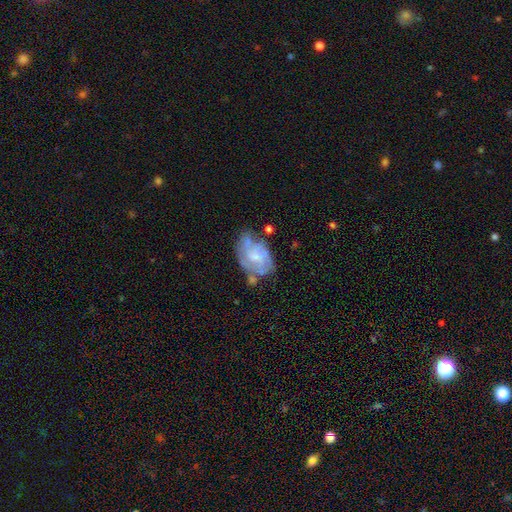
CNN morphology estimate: A featured or disk galaxy (68%) with no bar (67%), spiral arms (70%) and a small central bulge (59%). Merging: none (45%).